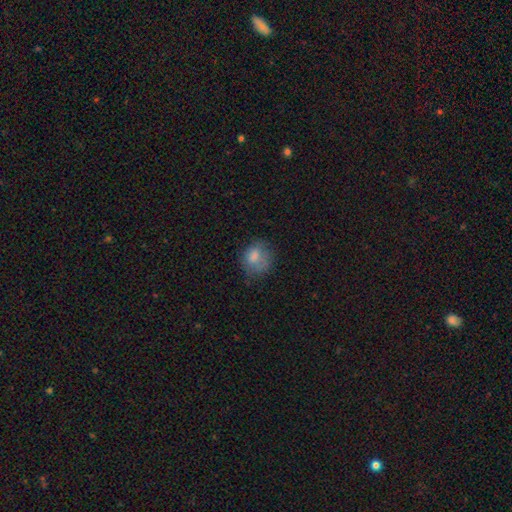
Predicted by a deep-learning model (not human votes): Smooth or featured? smooth (72%)
How rounded? round (65%)
Merging? none (57%)